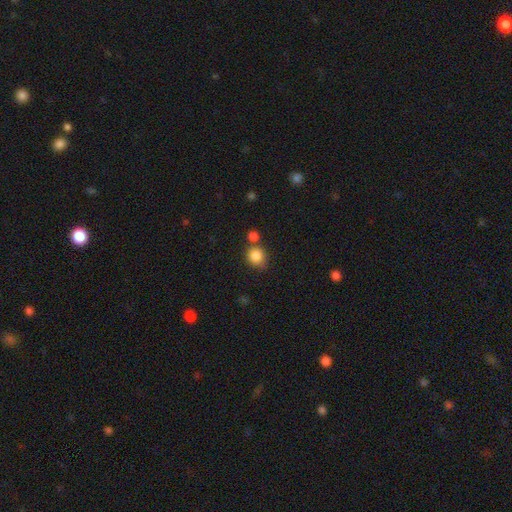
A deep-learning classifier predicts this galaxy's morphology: smooth 85%, star or artifact 10%, featured or disk 5%. Down the decision tree: how rounded — round (83%); merging — none (63%).